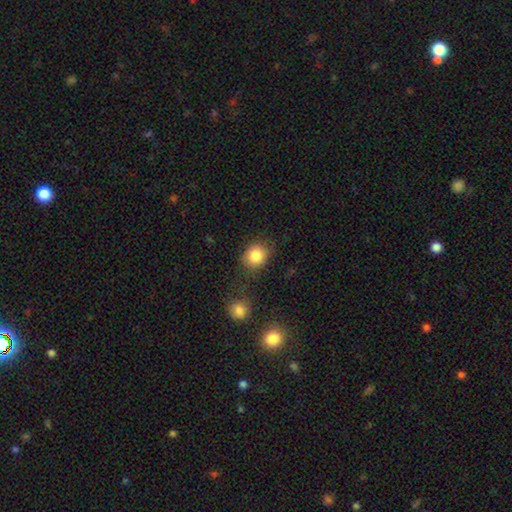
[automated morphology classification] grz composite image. It shows a smooth galaxy with no disk features (85%) that is round (72%). Merging: none (73%).